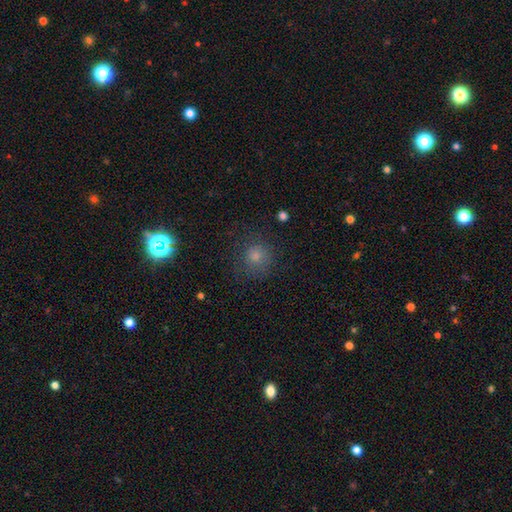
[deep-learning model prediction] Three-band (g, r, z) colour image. It shows a smooth galaxy with no disk features (67%) that is round (93%). Merging: none (81%).